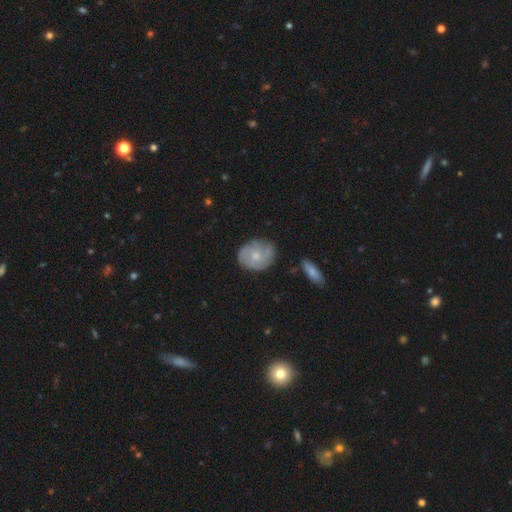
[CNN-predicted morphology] Smooth or featured? Predicted: featured or disk (p=0.53). Edge-on disk? Predicted: no (p=0.97). Bar? Predicted: no (p=0.79). Spiral arms? Predicted: yes (p=0.80). Bulge size? Predicted: small (p=0.50). Merging? Predicted: none (p=0.71).